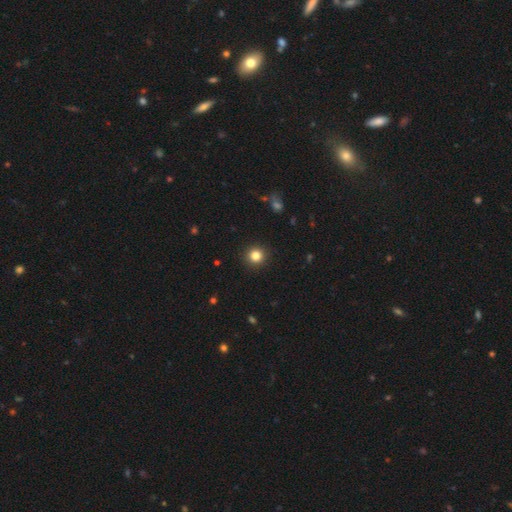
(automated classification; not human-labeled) The model was most divided on "smooth or featured": smooth: 83%, star or artifact: 12%, featured or disk: 5%. More confident: how rounded — round (94%); merging — none (92%).